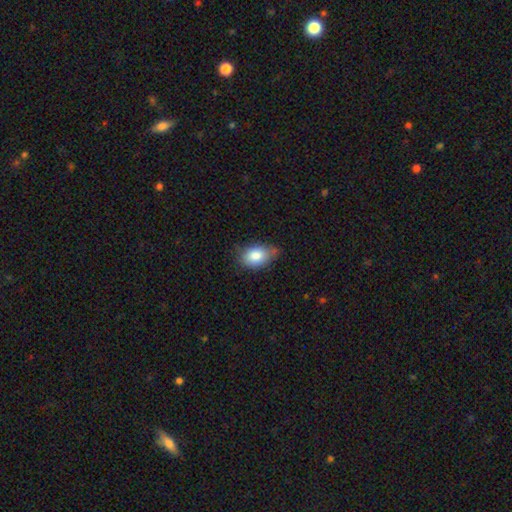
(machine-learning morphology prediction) smooth-or-featured: smooth: 83% | featured or disk: 9% | star or artifact: 8%
  how-rounded: in between: 84% | round: 15% | cigar-shaped: 1%
  merging: none: 61% | minor disturbance: 31% | major disturbance: 5% | merger: 3%